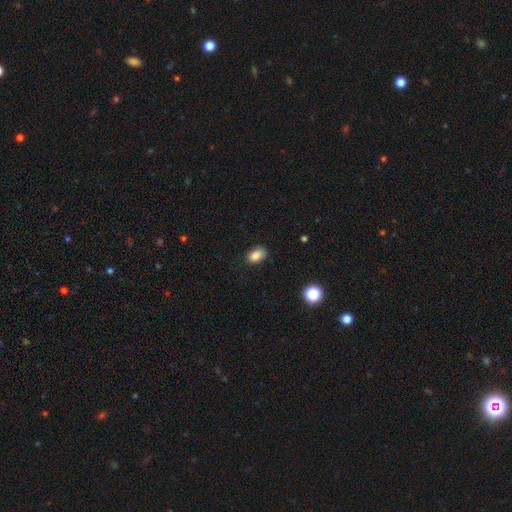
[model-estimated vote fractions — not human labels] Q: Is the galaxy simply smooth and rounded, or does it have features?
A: smooth — 85%.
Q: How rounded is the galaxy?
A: in between — 86%.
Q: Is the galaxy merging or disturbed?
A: none — 83%.